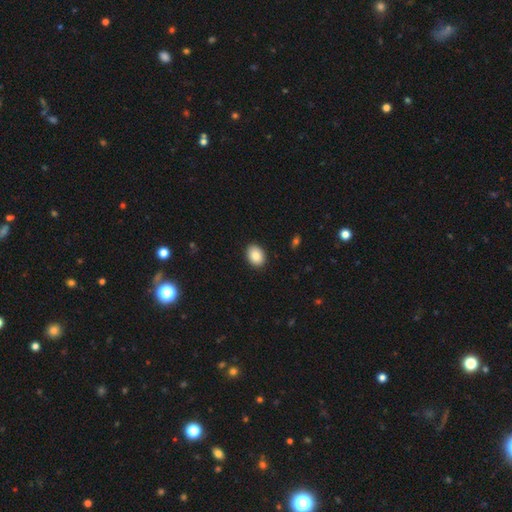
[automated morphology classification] smooth 87%, star or artifact 7%, featured or disk 6%. Down the decision tree: how rounded — in between (73%); merging — none (90%).